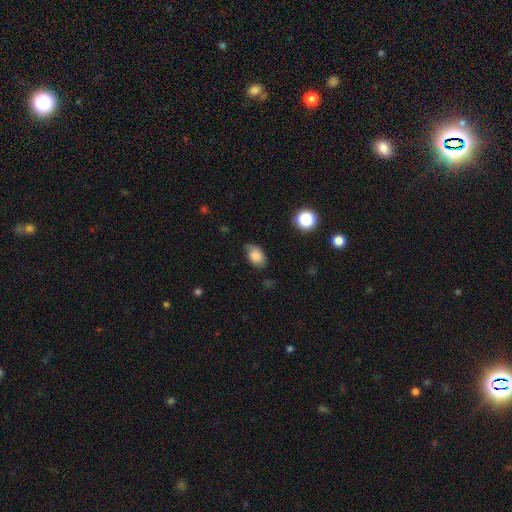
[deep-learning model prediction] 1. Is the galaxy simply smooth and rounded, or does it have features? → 80% smooth, 11% featured or disk, 9% star or artifact.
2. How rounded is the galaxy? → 86% in between, 12% round, 1% cigar-shaped.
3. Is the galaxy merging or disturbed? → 63% none, 29% minor disturbance, 7% major disturbance, 2% merger.